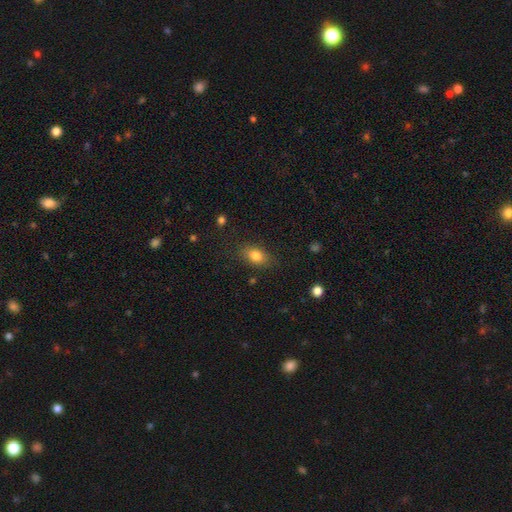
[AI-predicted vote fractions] A smooth galaxy with no disk features (81%) that is in between round and cigar-shaped (80%). Merging: none (81%).